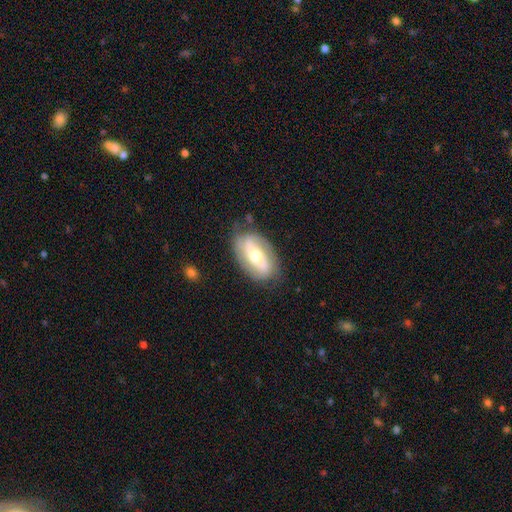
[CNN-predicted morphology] Smooth or featured? featured or disk (63%)
Edge-on disk? no (90%)
Bar? no (39%)
Spiral arms? yes (63%)
Bulge size? moderate (68%)
Merging? none (75%)